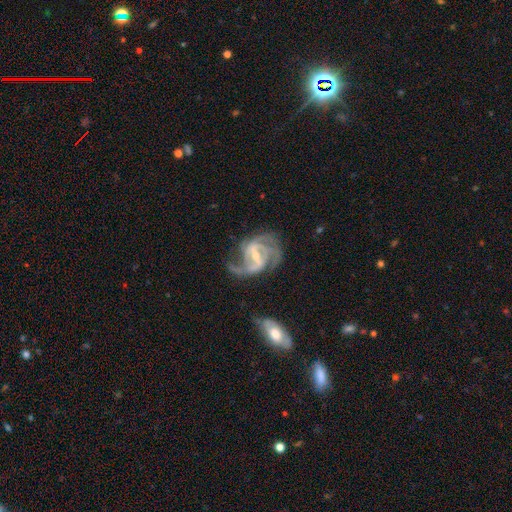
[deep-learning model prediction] A featured or disk galaxy (91%) with a strong bar (44%), 2 (48%) medium (53%) spiral arms (97%) and a small central bulge (59%). Merging: none (51%).